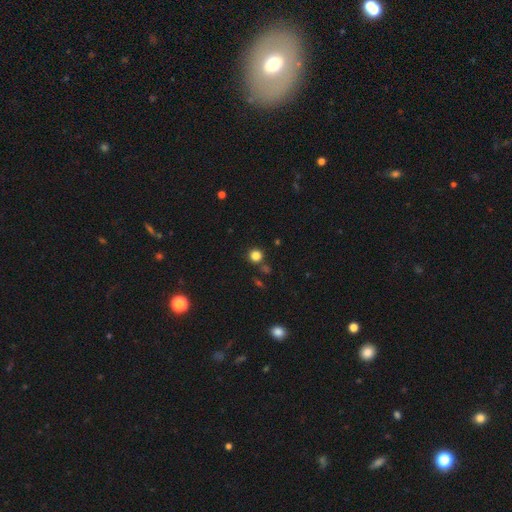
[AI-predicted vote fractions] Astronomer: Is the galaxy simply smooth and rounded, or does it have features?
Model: smooth — 82%.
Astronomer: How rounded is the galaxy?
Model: round — 92%.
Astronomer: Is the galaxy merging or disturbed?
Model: none — 82%.